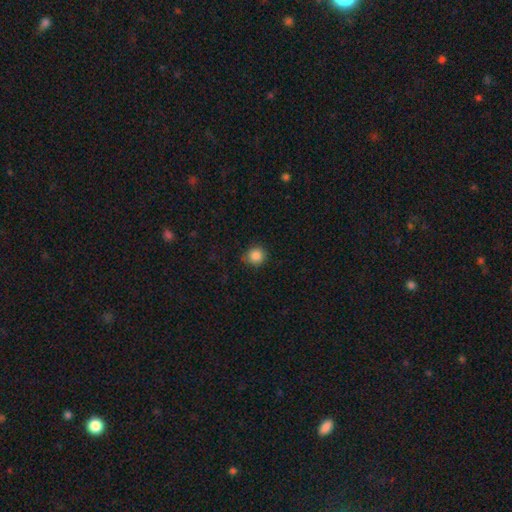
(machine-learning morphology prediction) A smooth galaxy with no disk features (86%) that is round (91%). Merging: none (82%).